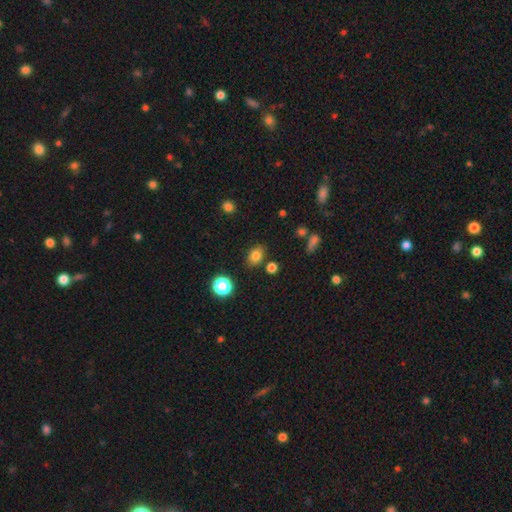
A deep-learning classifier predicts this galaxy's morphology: This appears to be a smooth galaxy with no disk features (80%) that is in between round and cigar-shaped (68%). Merging: none (81%).